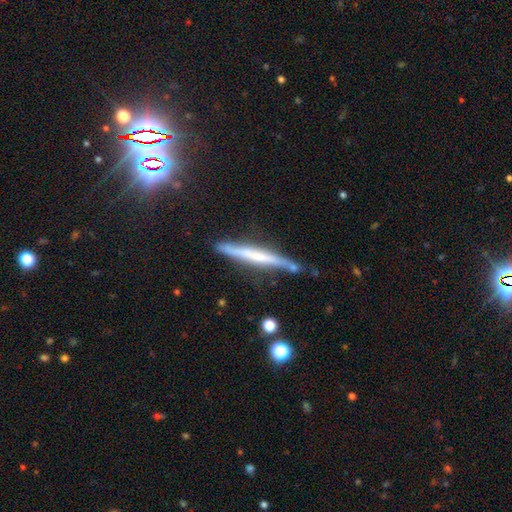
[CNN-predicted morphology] Q: Smooth or featured?
A: featured or disk (57%); runner-up: smooth (34%)
Q: Edge-on disk?
A: yes (94%); runner-up: no (6%)
Q: Edge-on bulge?
A: none (53%); runner-up: rounded (29%)
Q: Merging?
A: none (75%); runner-up: minor disturbance (17%)